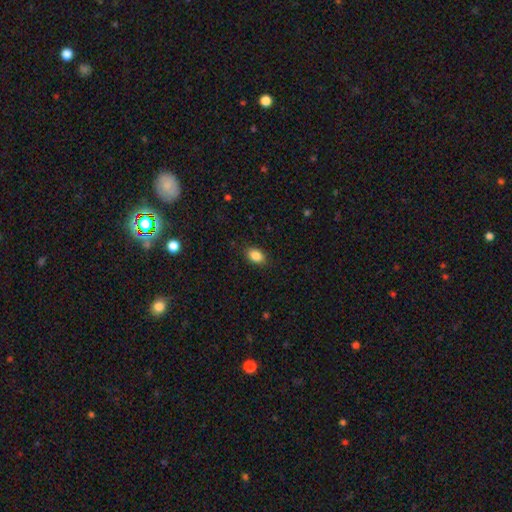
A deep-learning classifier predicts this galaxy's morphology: A smooth galaxy with no disk features (87%) that is in between round and cigar-shaped (84%). Merging: none (86%).